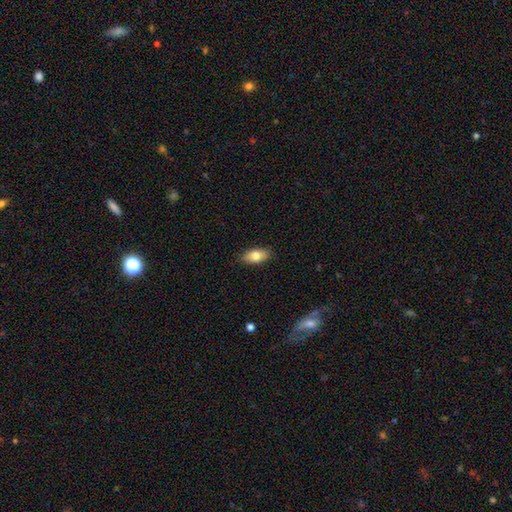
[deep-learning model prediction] A smooth galaxy with no disk features (80%) that is in between round and cigar-shaped (89%).

Vote fractions:
- Smooth or featured? smooth: 80% / featured or disk: 13% / star or artifact: 7%
- How rounded? in between: 89% / cigar-shaped: 6% / round: 4%
- Merging? none: 88% / minor disturbance: 10% / major disturbance: 2% / merger: 1%